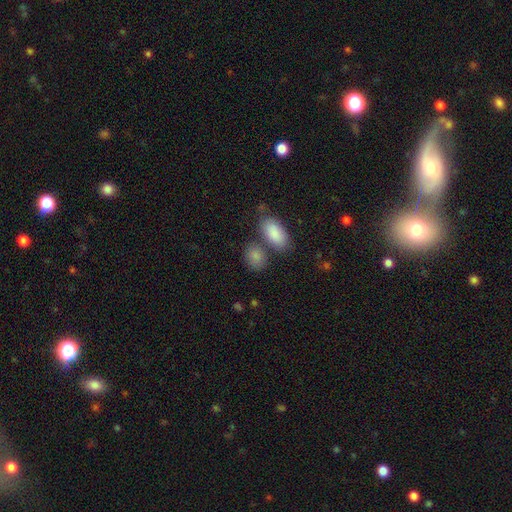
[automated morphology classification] smooth 86%, star or artifact 7%, featured or disk 7%. Down the decision tree: how rounded — in between (77%); merging — none (56%).